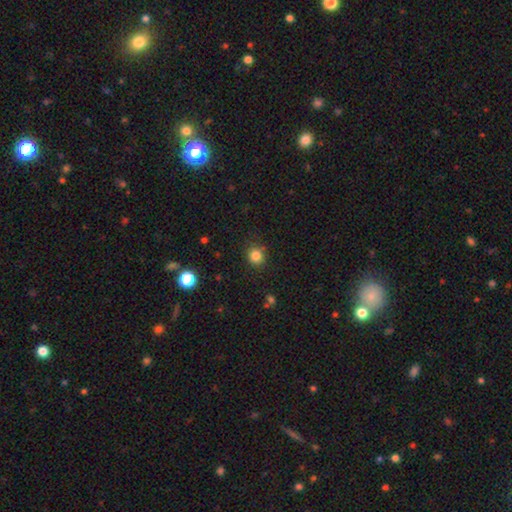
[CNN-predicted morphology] Smooth or featured? smooth (83%)
How rounded? round (86%)
Merging? none (84%)